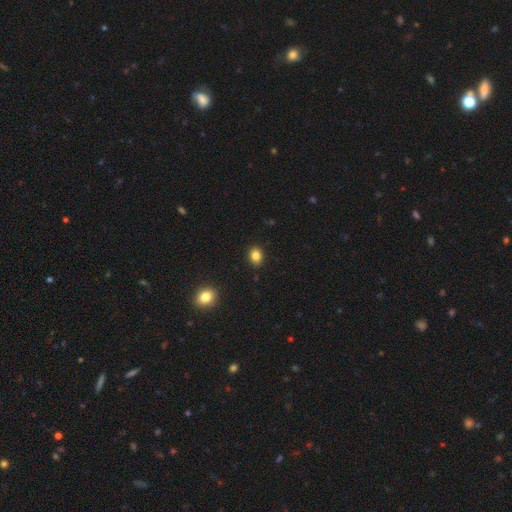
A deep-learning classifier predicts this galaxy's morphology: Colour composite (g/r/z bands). It shows a smooth galaxy with no disk features (83%) that is in between round and cigar-shaped (63%). Merging: none (88%).